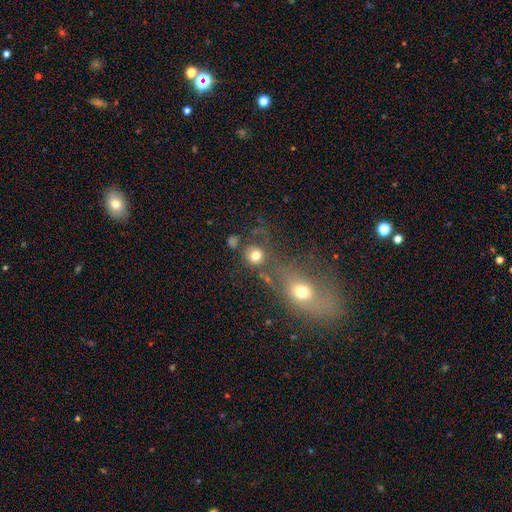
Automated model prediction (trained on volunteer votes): Smooth or featured? smooth (75%)
How rounded? round (84%)
Merging? none (56%)